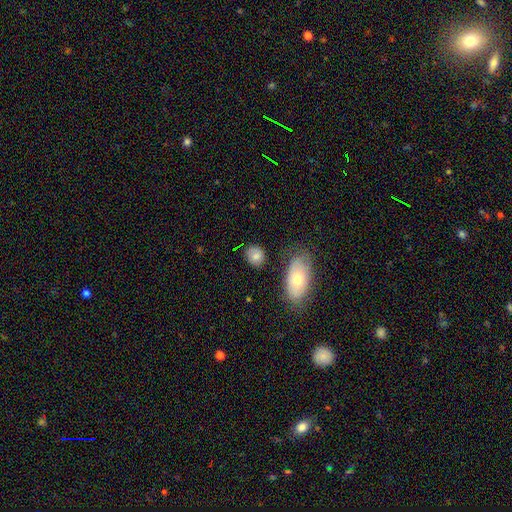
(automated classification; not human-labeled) Smooth or featured?
  - smooth: 79% *
  - featured or disk: 13%
  - star or artifact: 9%
How rounded?
  - round: 57% *
  - in between: 42%
  - cigar-shaped: 2%
Merging?
  - none: 72% *
  - minor disturbance: 17%
  - major disturbance: 5%
  - merger: 5%